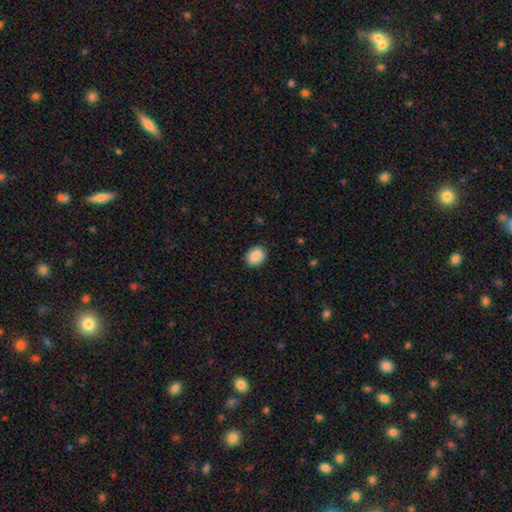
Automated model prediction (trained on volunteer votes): Overall: smooth (89%). How rounded: in between (63%; round 36%). Merging: none (85%).